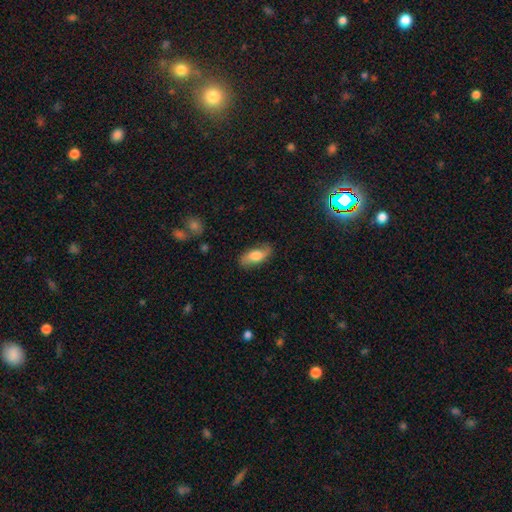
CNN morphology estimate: A smooth galaxy with no disk features (58%) that is in between round and cigar-shaped (80%).

Vote fractions:
- Smooth or featured? smooth: 58% / featured or disk: 35% / star or artifact: 7%
- How rounded? in between: 80% / cigar-shaped: 17% / round: 4%
- Merging? none: 78% / minor disturbance: 16% / major disturbance: 4% / merger: 1%